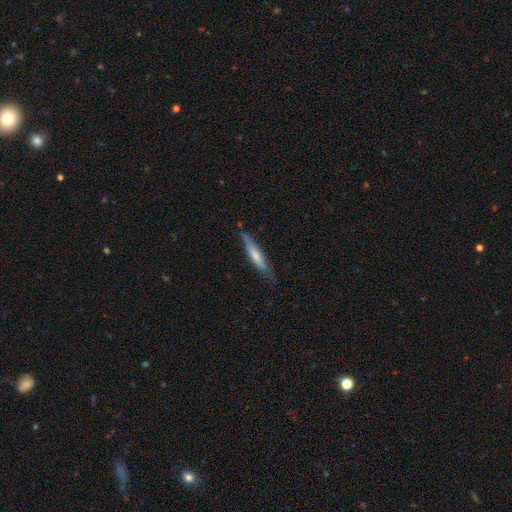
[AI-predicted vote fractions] Smooth or featured?
  - smooth: 58% *
  - featured or disk: 36%
  - star or artifact: 5%
How rounded?
  - cigar-shaped: 87% *
  - in between: 11%
  - round: 1%
Merging?
  - none: 72% *
  - minor disturbance: 22%
  - major disturbance: 4%
  - merger: 2%